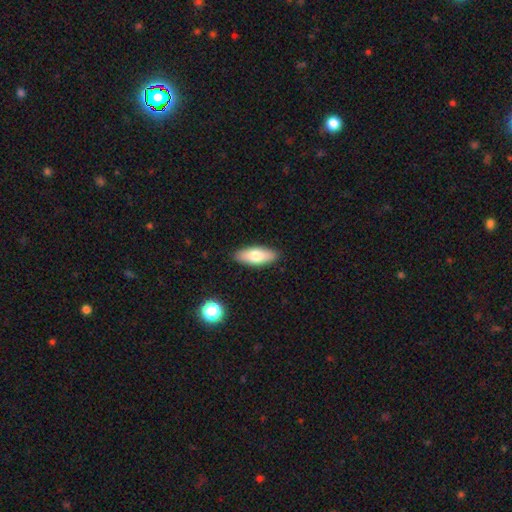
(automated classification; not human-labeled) This appears to be a smooth galaxy with no disk features (74%) that is in between round and cigar-shaped (75%). Merging: none (89%).